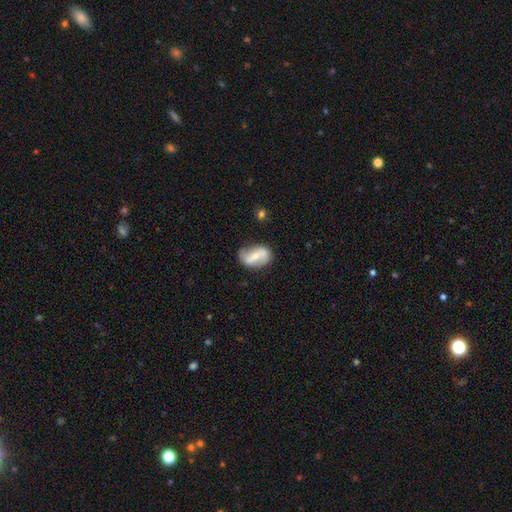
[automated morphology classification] smooth-or-featured: featured or disk: 61% | smooth: 33% | star or artifact: 6%
  disk-edge-on: no: 95% | yes: 5%
    bar: weak: 35% | strong: 34% | no: 31%
    has-spiral-arms: yes: 71% | no: 29%
    bulge-size: moderate: 49% | small: 44% | none: 3% | large: 3% | dominant: 1%
  merging: none: 64% | minor disturbance: 22% | merger: 7% | major disturbance: 7%